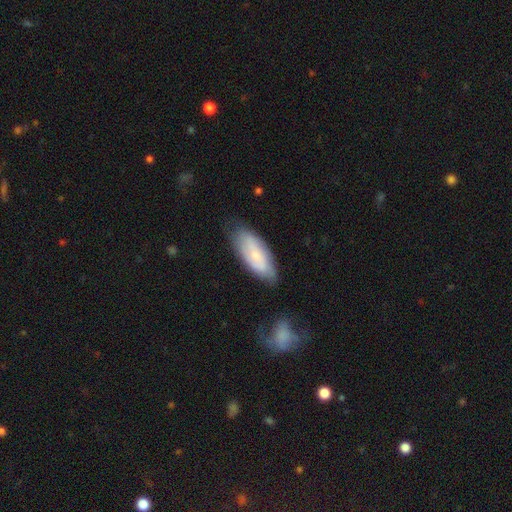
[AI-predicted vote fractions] Smooth or featured?
  - smooth: 52% *
  - featured or disk: 42%
  - star or artifact: 6%
How rounded?
  - in between: 77% *
  - cigar-shaped: 21%
  - round: 2%
Merging?
  - none: 70% *
  - minor disturbance: 22%
  - major disturbance: 5%
  - merger: 3%